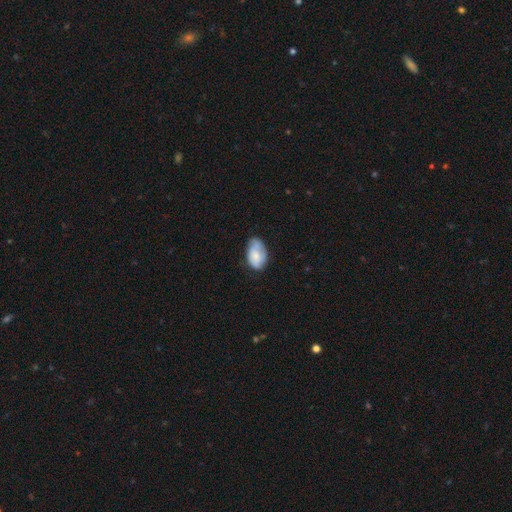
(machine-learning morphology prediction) A smooth galaxy with no disk features (68%) that is in between round and cigar-shaped (92%). Merging: none (56%).